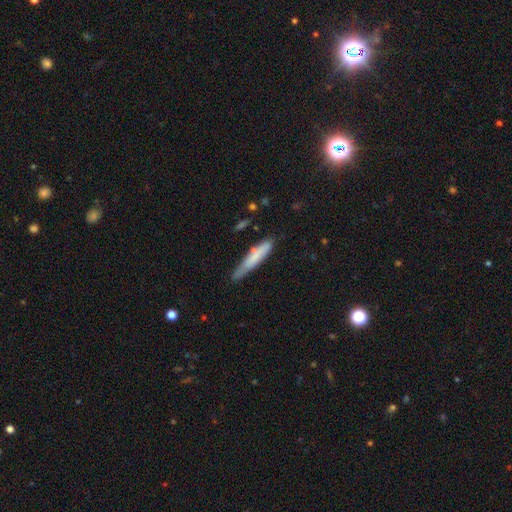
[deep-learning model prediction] This appears to be a smooth galaxy with no disk features (69%) that is cigar-shaped (89%). Merging: none (63%).